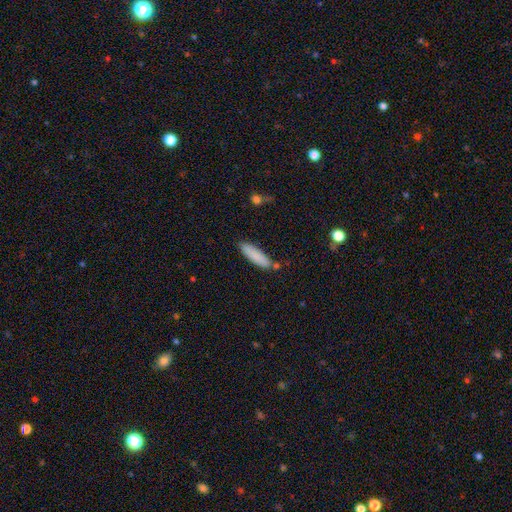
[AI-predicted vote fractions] A smooth galaxy with no disk features (84%) that is cigar-shaped (66%).

Vote fractions:
- Smooth or featured? smooth: 84% / featured or disk: 9% / star or artifact: 6%
- How rounded? cigar-shaped: 66% / in between: 33% / round: 1%
- Merging? none: 80% / minor disturbance: 14% / merger: 4% / major disturbance: 2%